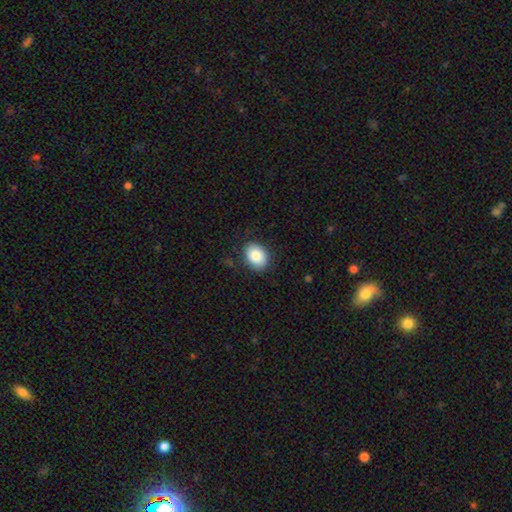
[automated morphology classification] Smooth or featured?
  - smooth: 85% *
  - featured or disk: 7%
  - star or artifact: 7%
How rounded?
  - in between: 68% *
  - round: 31%
  - cigar-shaped: 1%
Merging?
  - none: 85% *
  - minor disturbance: 11%
  - major disturbance: 3%
  - merger: 1%